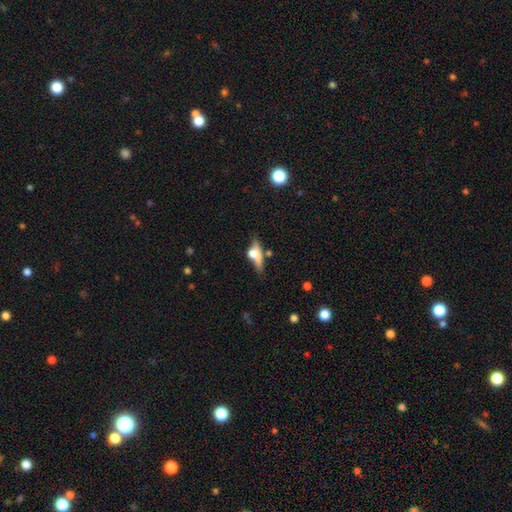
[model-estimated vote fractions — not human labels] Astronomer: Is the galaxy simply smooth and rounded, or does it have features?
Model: smooth — 51% (runner-up: featured or disk, 39%).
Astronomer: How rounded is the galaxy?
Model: in between — 48% (runner-up: cigar-shaped, 42%).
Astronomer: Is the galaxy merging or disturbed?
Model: none — 37% (runner-up: minor disturbance, 23%).